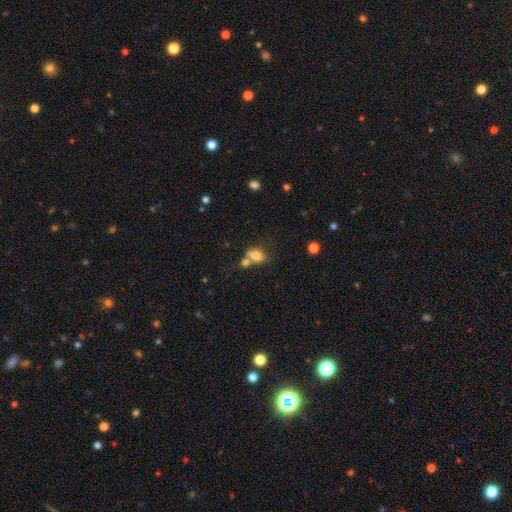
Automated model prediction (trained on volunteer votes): Morphology: type=smooth (75%); roundness=in between (76%); merging=merger (52%).